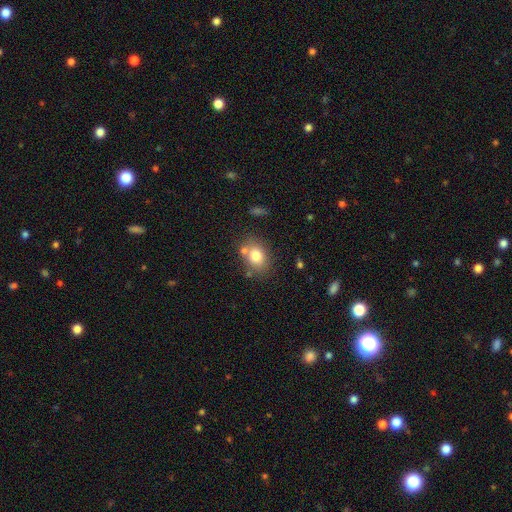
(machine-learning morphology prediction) Smooth or featured?
  - smooth: 77% *
  - featured or disk: 13%
  - star or artifact: 10%
How rounded?
  - in between: 58% *
  - round: 41%
  - cigar-shaped: 1%
Merging?
  - none: 67% *
  - minor disturbance: 14%
  - merger: 14%
  - major disturbance: 4%